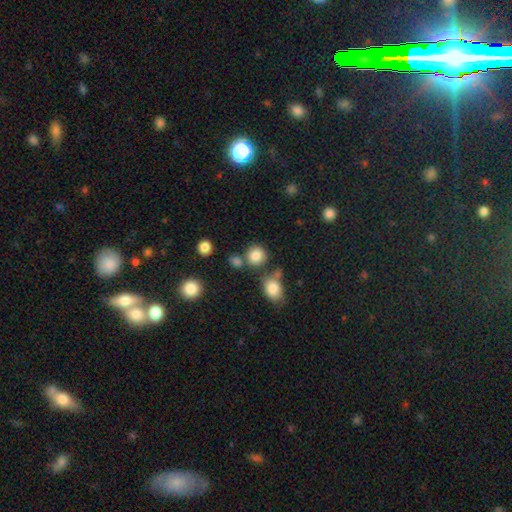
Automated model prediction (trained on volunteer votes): Morphology: type=smooth (83%); roundness=round (81%); merging=none (68%).